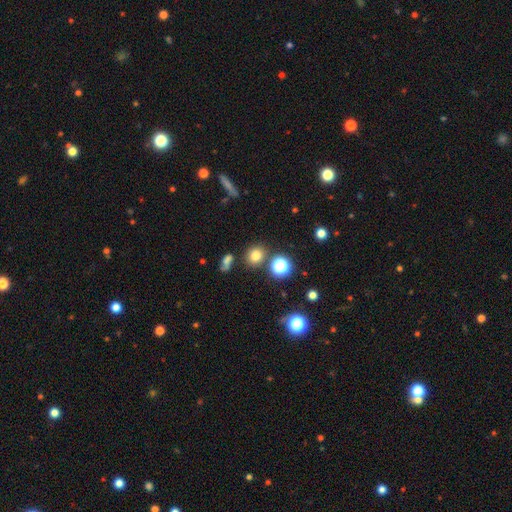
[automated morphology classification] Smooth or featured? Predicted: smooth (p=0.75). How rounded? Predicted: round (p=0.79). Merging? Predicted: none (p=0.80).